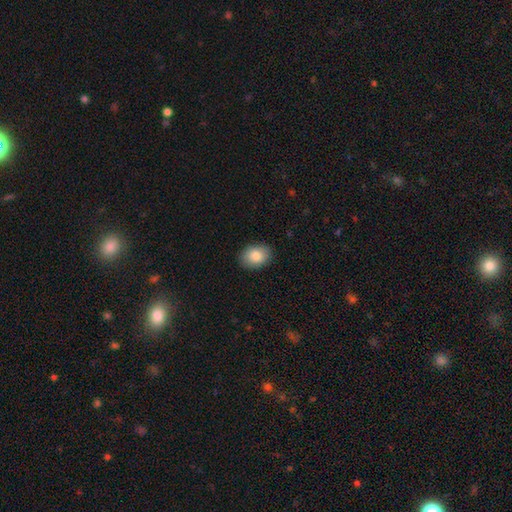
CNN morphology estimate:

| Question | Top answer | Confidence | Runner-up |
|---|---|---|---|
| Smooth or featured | smooth | 85% | featured or disk (8%) |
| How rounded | in between | 76% | round (23%) |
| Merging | none | 89% | minor disturbance (8%) |